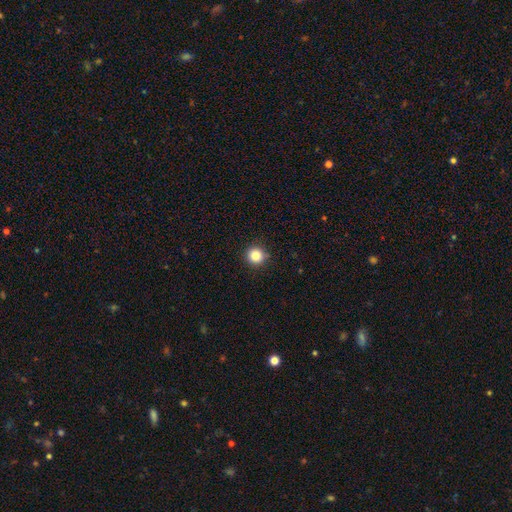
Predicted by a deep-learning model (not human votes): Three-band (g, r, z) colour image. It shows a smooth galaxy with no disk features (85%) that is round (94%). Merging: none (90%).